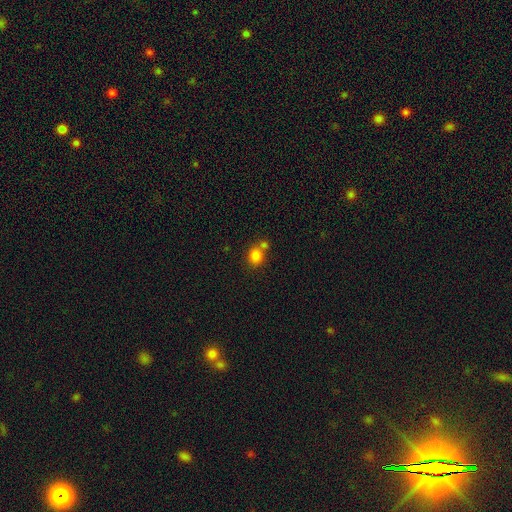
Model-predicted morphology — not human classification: A smooth galaxy with no disk features (83%) that is round (72%). Merging: none (54%).